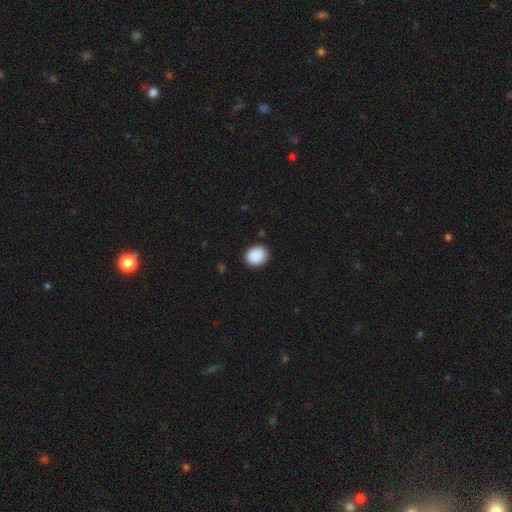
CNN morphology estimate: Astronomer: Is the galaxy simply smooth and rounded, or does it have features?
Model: smooth — 90%.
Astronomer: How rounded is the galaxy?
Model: round — 64%.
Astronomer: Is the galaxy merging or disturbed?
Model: none — 88%.